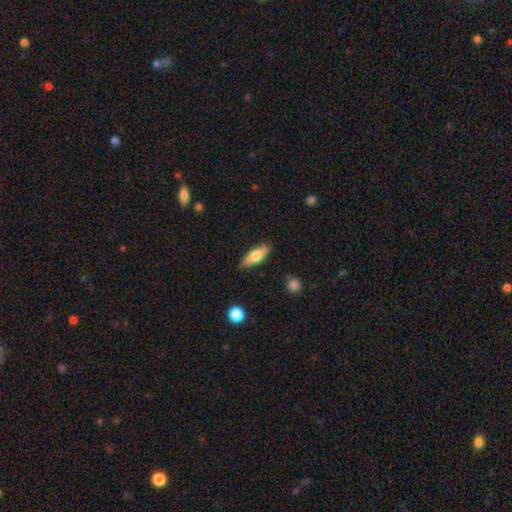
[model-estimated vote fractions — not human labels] smooth 72%, featured or disk 22%, star or artifact 6%. Down the decision tree: how rounded — in between (64%); merging — none (82%).